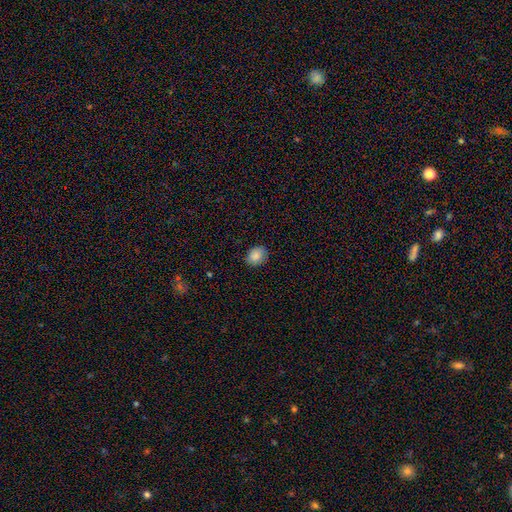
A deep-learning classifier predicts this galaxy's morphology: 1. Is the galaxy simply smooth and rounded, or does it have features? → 87% smooth, 8% star or artifact, 5% featured or disk.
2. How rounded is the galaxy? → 53% in between, 46% round, 1% cigar-shaped.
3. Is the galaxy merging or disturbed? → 84% none, 13% minor disturbance, 2% major disturbance, 1% merger.